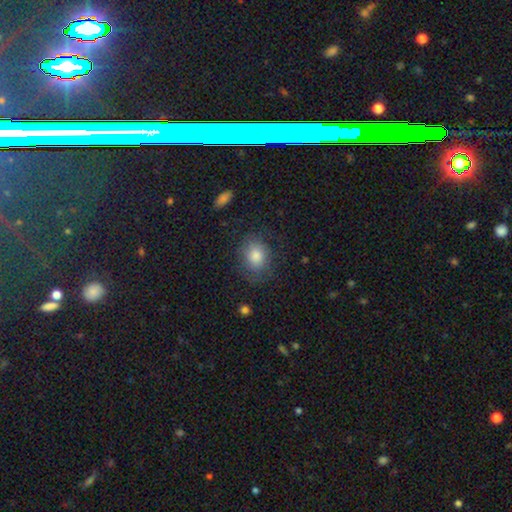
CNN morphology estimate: Smooth or featured?
  - smooth: 77% *
  - featured or disk: 13%
  - star or artifact: 10%
How rounded?
  - in between: 49% * (tied)
  - round: 49% * (tied)
  - cigar-shaped: 1%
Merging?
  - none: 74% *
  - minor disturbance: 17%
  - major disturbance: 8%
  - merger: 1%